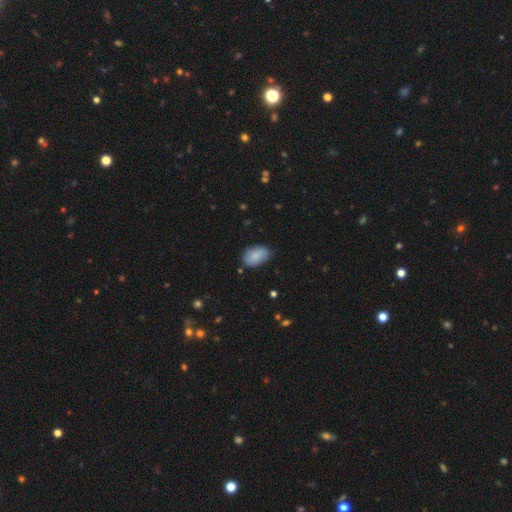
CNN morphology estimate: A smooth galaxy with no disk features (86%) that is in between round and cigar-shaped (91%).

Vote fractions:
- Smooth or featured? smooth: 86% / featured or disk: 8% / star or artifact: 7%
- How rounded? in between: 91% / round: 8% / cigar-shaped: 1%
- Merging? none: 77% / minor disturbance: 18% / major disturbance: 3% / merger: 1%